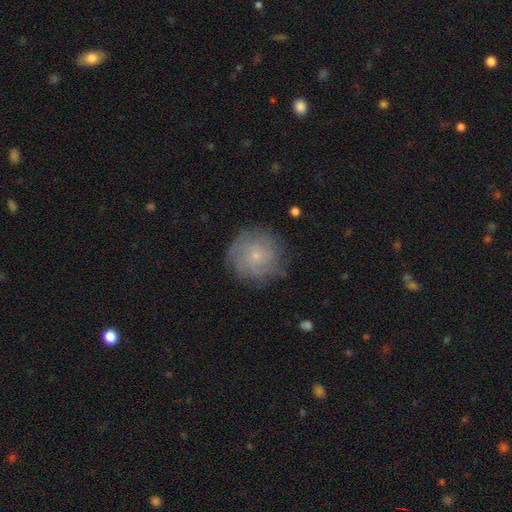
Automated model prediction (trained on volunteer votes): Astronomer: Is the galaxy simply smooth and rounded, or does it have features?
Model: featured or disk — 48% (runner-up: smooth, 42%).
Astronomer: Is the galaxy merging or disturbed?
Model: none — 78%.